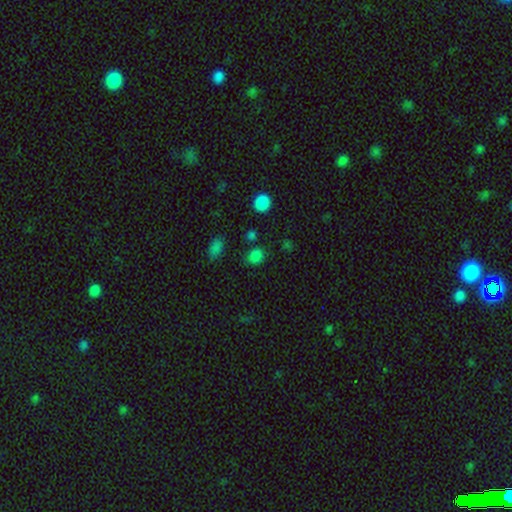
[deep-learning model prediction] This is likely a smooth galaxy (78%). How rounded: likely round (65%). Merging: likely none (77%).